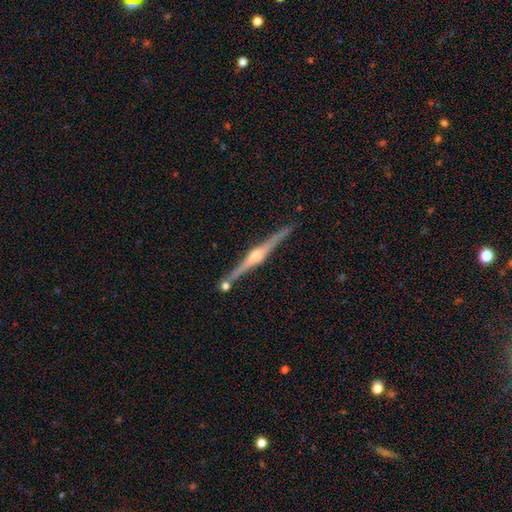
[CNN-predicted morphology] Overall: featured or disk (86%). Edge-on disk: yes (98%). Edge-on bulge: rounded (92%). Merging: none (86%).